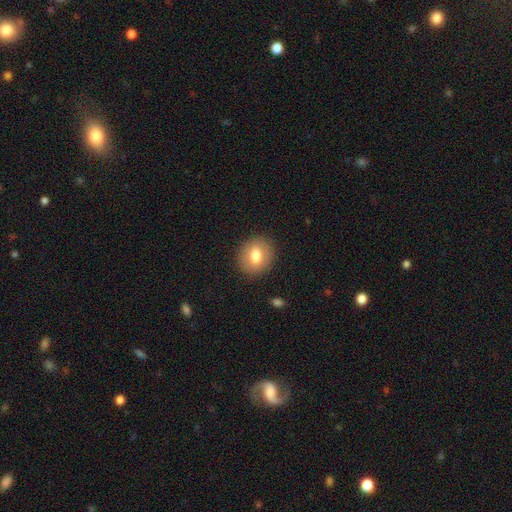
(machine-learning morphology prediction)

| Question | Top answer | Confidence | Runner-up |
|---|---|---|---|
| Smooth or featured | smooth | 76% | featured or disk (16%) |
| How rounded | round | 71% | in between (28%) |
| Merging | none | 89% | minor disturbance (7%) |